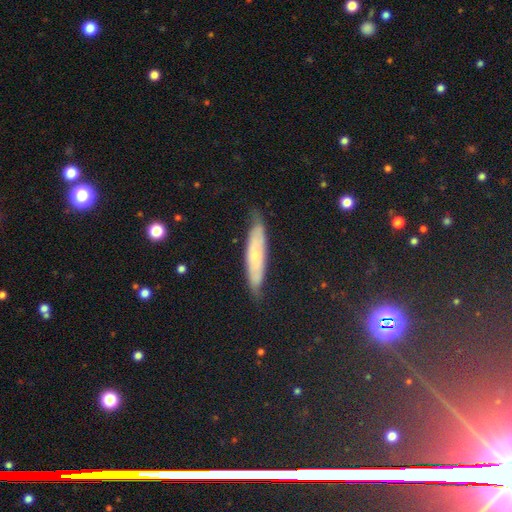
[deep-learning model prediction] This is possibly a featured or disk galaxy (45%). Merging: likely none (76%).